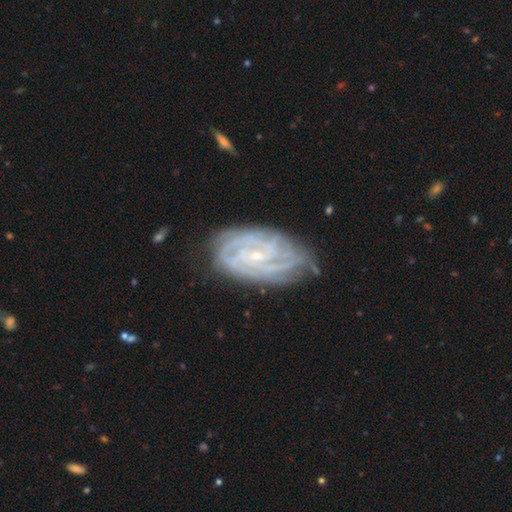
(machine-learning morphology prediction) Smooth or featured: featured or disk — 87% (smooth — 7%)
Edge-on disk: no — 96% (yes — 4%)
Bar: no — 51% (weak — 37%)
Spiral arms: yes — 97% (no — 3%)
Spiral winding: tight — 76% (medium — 21%)
Spiral arm count: can't tell — 27% (4 — 21%)
Bulge size: small — 80% (moderate — 16%)
Merging: none — 72% (minor disturbance — 21%)